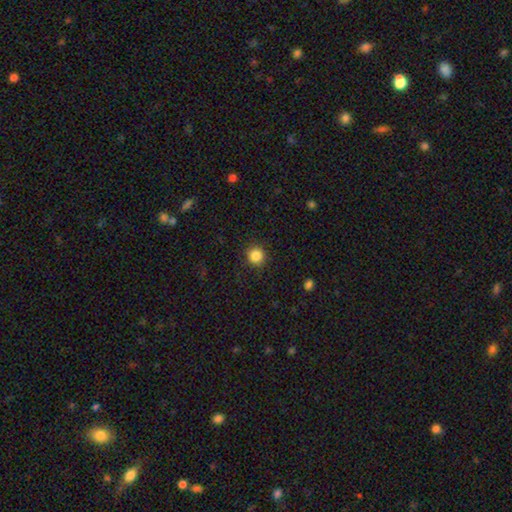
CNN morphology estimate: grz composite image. It shows a smooth galaxy with no disk features (85%) that is round (94%). Merging: none (90%).